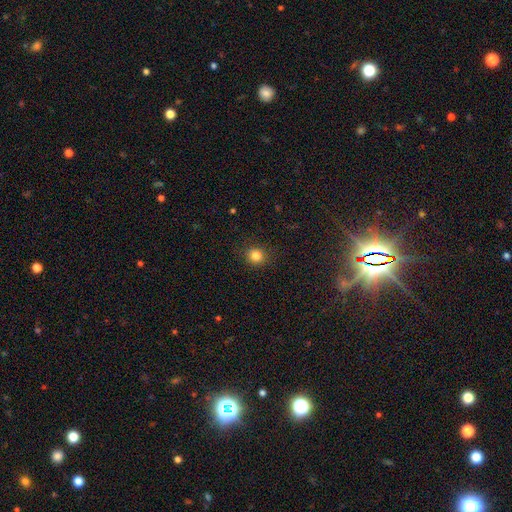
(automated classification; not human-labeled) A smooth galaxy with no disk features (83%) that is round (89%).

Vote fractions:
- Smooth or featured? smooth: 83% / star or artifact: 12% / featured or disk: 5%
- How rounded? round: 89% / in between: 10% / cigar-shaped: 1%
- Merging? none: 90% / minor disturbance: 7% / major disturbance: 2% / merger: 1%